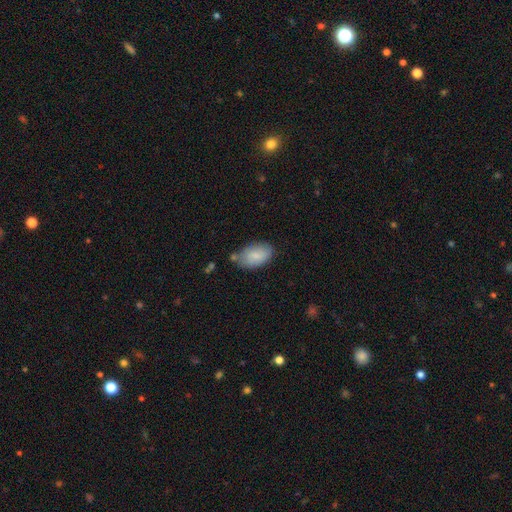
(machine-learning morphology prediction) This is clearly a smooth galaxy (82%). How rounded: clearly in between (93%). Merging: likely none (64%).